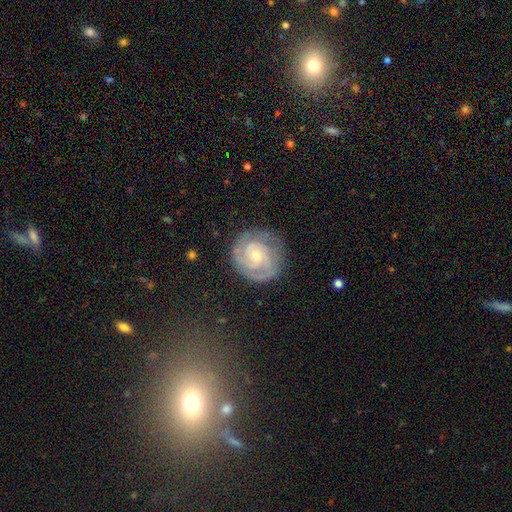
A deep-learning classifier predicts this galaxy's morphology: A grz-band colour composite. It shows a featured or disk galaxy (81%) with no bar (65%), 2 (44%) tight (69%) spiral arms (95%) and a small central bulge (55%). Merging: none (79%).